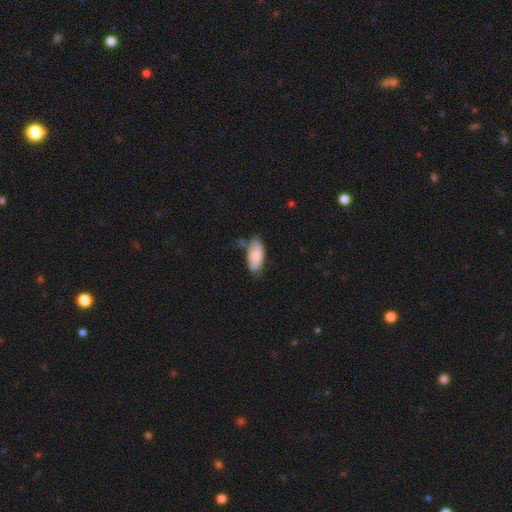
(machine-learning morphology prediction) Overall: smooth (78%). How rounded: in between (88%). Merging: none (58%; minor disturbance 29%).